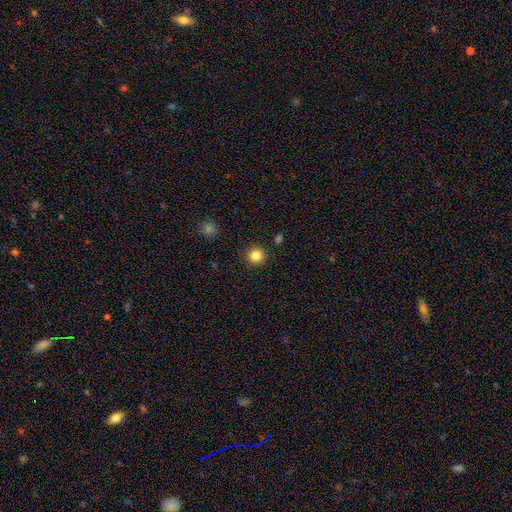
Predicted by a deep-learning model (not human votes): Q: Smooth or featured?
A: smooth (84%); runner-up: star or artifact (12%)
Q: How rounded?
A: round (94%); runner-up: in between (5%)
Q: Merging?
A: none (91%); runner-up: minor disturbance (5%)